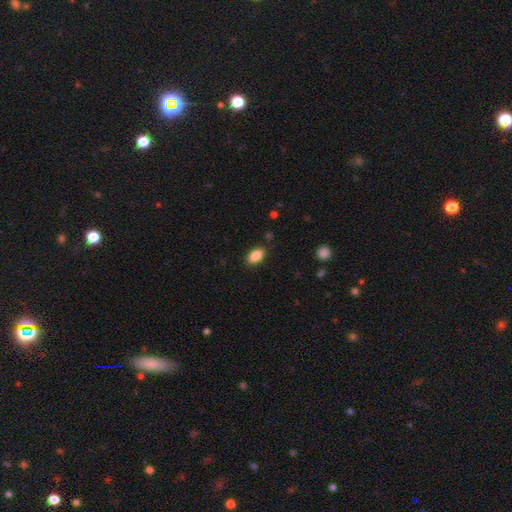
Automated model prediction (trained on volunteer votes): Smooth or featured: smooth — 88% (star or artifact — 8%)
How rounded: in between — 91% (round — 5%)
Merging: none — 86% (minor disturbance — 10%)